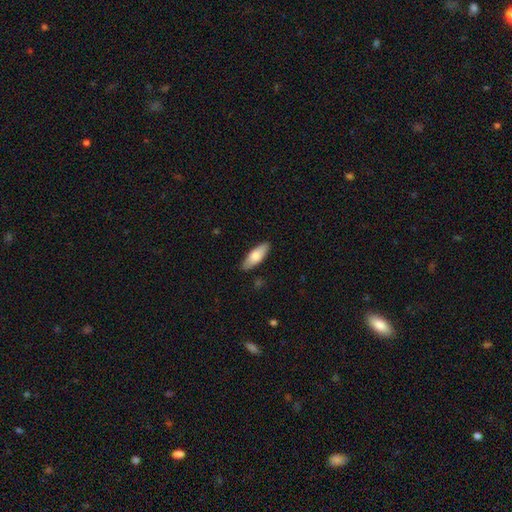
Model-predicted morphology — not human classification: smooth-or-featured: smooth: 77% | featured or disk: 18% | star or artifact: 6%
  how-rounded: in between: 70% | cigar-shaped: 29% | round: 2%
  merging: none: 86% | minor disturbance: 11% | major disturbance: 2% | merger: 1%